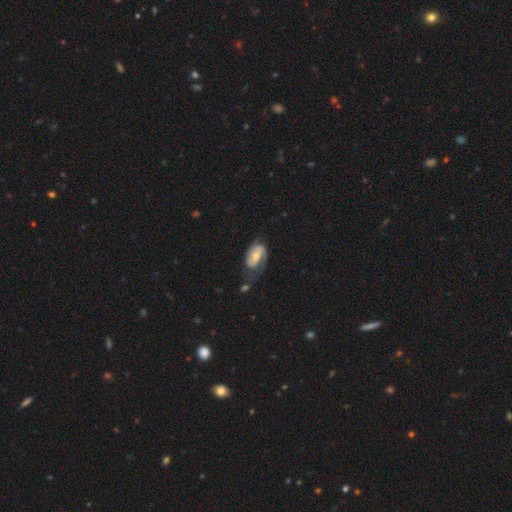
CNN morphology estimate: A featured or disk galaxy (62%) with no bar (45%), spiral arms (83%) and a moderate central bulge (51%). Merging: none (40%).